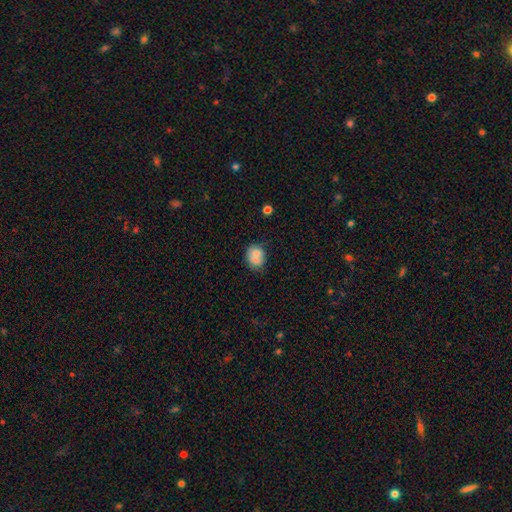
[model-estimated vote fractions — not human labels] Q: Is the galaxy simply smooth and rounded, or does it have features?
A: smooth — 74%.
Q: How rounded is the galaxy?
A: round — 53%.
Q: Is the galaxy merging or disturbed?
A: none — 49%.